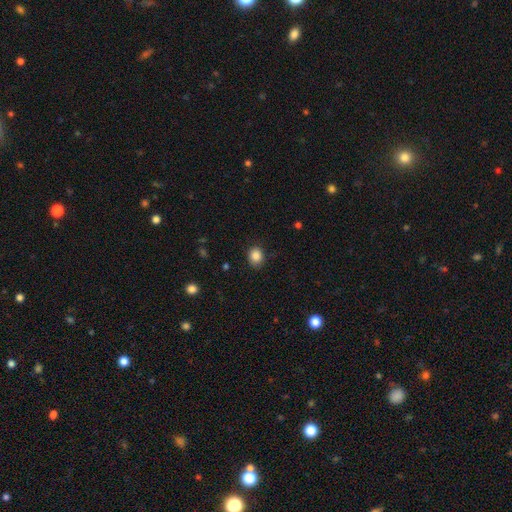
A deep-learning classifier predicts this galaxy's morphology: The model was most divided on "how rounded": round: 63%, in between: 36%, cigar-shaped: 1%. More confident: smooth or featured — smooth (86%); merging — none (84%).